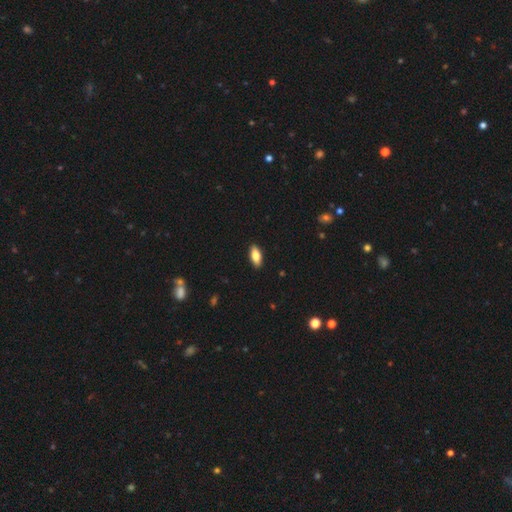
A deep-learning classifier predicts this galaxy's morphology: A smooth galaxy with no disk features (79%) that is in between round and cigar-shaped (82%). Merging: none (90%).